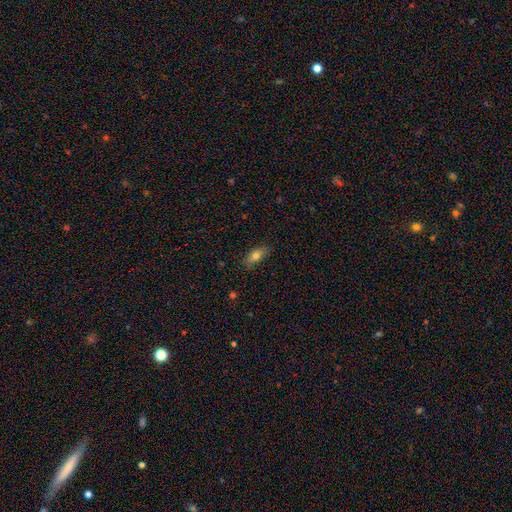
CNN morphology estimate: Smooth or featured: smooth — 76% (featured or disk — 16%)
How rounded: in between — 79% (cigar-shaped — 18%)
Merging: none — 84% (minor disturbance — 12%)